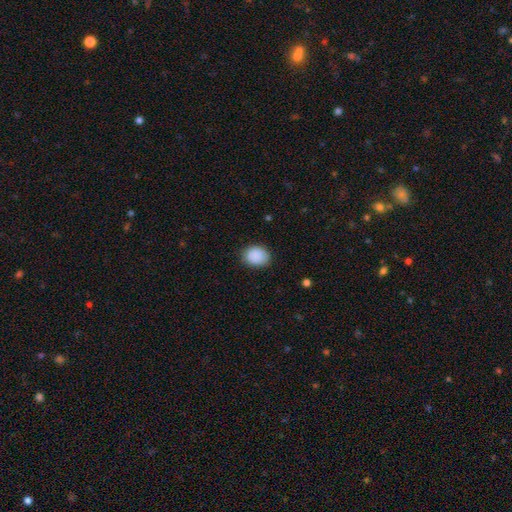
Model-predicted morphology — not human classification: Q: Smooth or featured?
A: smooth (90%); runner-up: star or artifact (7%)
Q: How rounded?
A: in between (53%); runner-up: round (46%)
Q: Merging?
A: none (82%); runner-up: minor disturbance (14%)